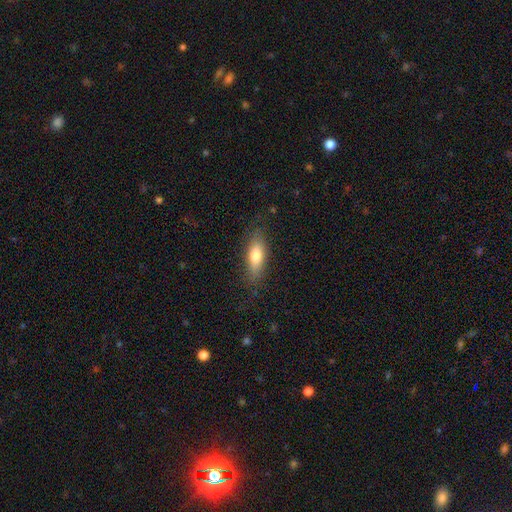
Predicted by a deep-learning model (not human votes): This appears to be a smooth galaxy with no disk features (74%) that is in between round and cigar-shaped (67%). Merging: none (79%).